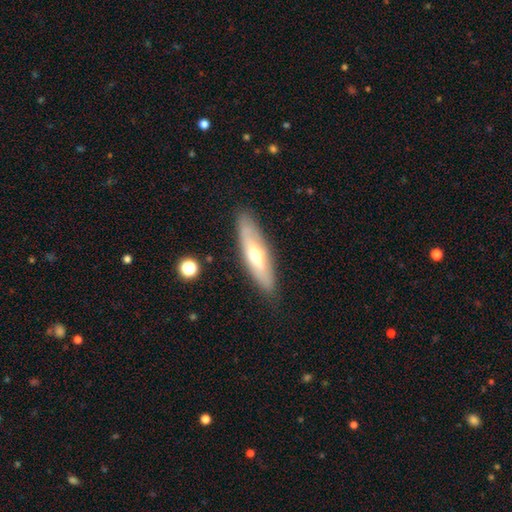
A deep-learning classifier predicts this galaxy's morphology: Smooth or featured?
  - featured or disk: 48% *
  - smooth: 45%
  - star or artifact: 6%
Merging?
  - none: 84% *
  - minor disturbance: 12%
  - major disturbance: 3%
  - merger: 1%